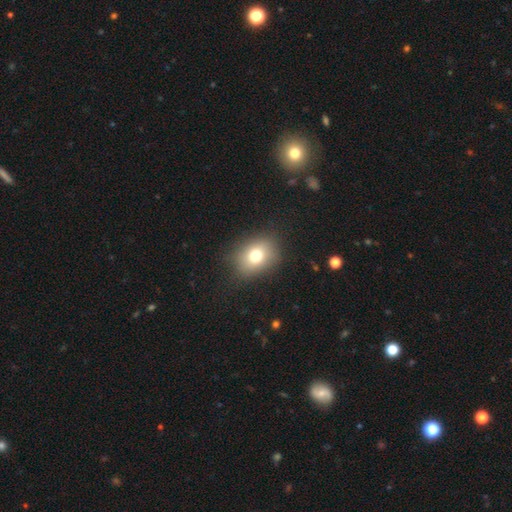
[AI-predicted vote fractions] Smooth or featured? Predicted: smooth (p=0.76). How rounded? Predicted: in between (p=0.59). Merging? Predicted: none (p=0.83).